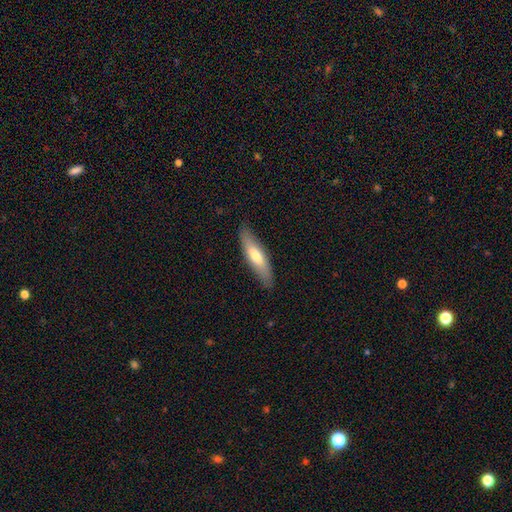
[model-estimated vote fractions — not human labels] Morphology: type=smooth (64%); roundness=cigar-shaped (66%); merging=none (85%).